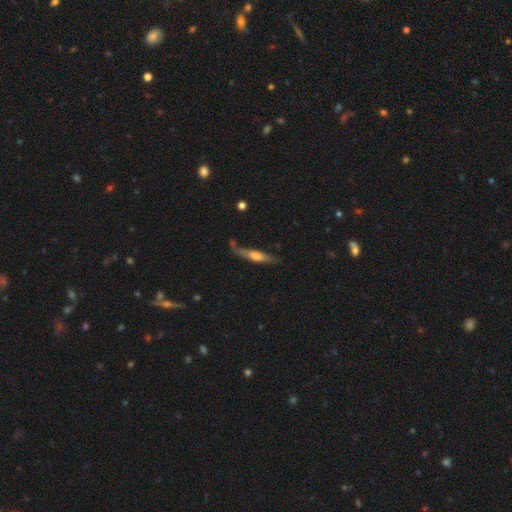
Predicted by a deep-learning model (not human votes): A featured or disk galaxy (59%) viewed edge-on (90%) with a rounded central bulge (68%). Merging: none (64%).